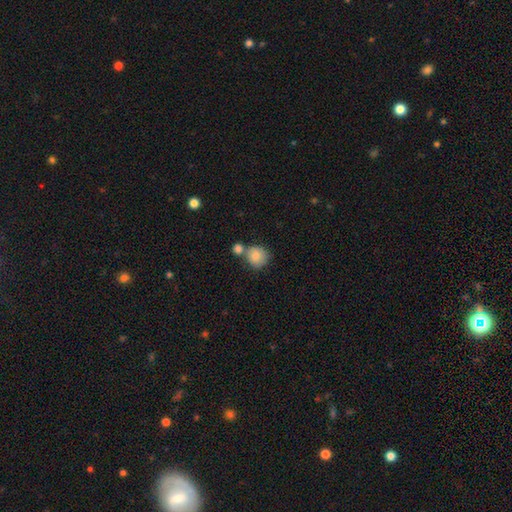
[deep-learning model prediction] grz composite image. It shows a smooth galaxy with no disk features (83%) that is round (84%). Merging: none (48%).